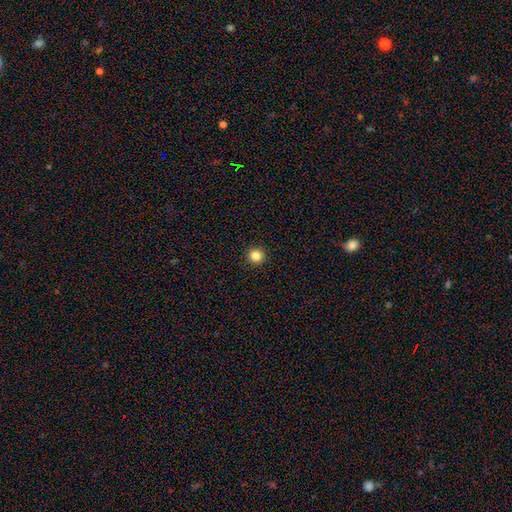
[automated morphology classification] smooth 83%, star or artifact 12%, featured or disk 4%. Down the decision tree: how rounded — round (96%); merging — none (94%).